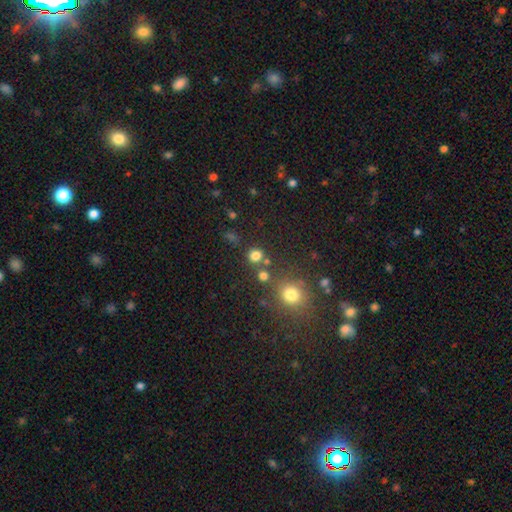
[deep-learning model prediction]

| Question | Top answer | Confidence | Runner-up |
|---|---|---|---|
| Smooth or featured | smooth | 76% | star or artifact (18%) |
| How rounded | round | 85% | in between (14%) |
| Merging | none | 73% | merger (14%) |